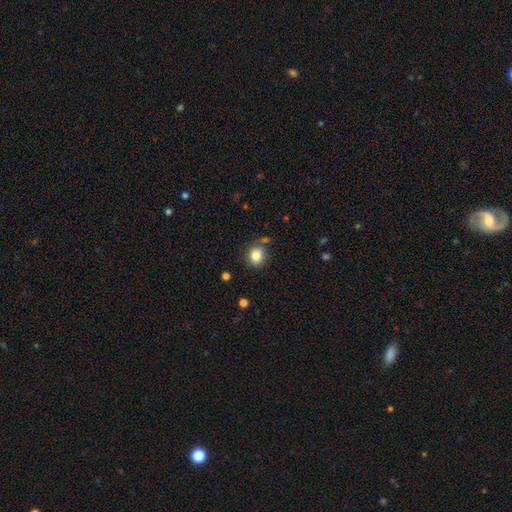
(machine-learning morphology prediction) A smooth galaxy with no disk features (83%) that is round (67%). Merging: none (75%).